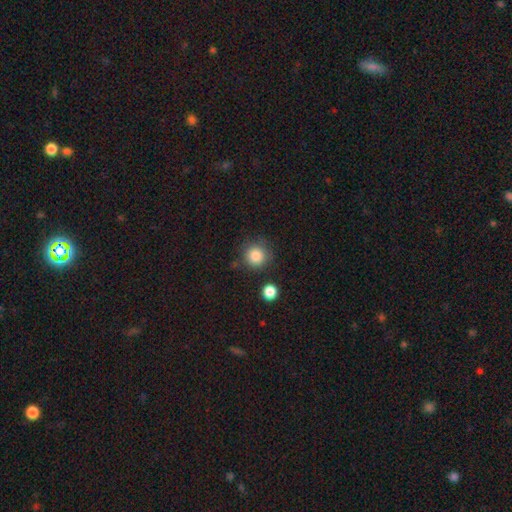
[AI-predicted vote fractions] smooth_or_featured: smooth (p=0.86) [alt: star or artifact p=0.10]
how_rounded: round (p=0.93) [alt: in between p=0.06]
merging: none (p=0.81) [alt: minor disturbance p=0.11]